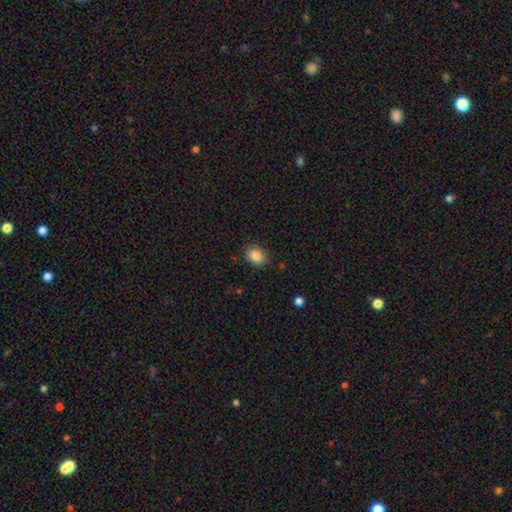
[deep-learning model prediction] Smooth or featured? smooth (86%)
How rounded? in between (63%)
Merging? none (86%)